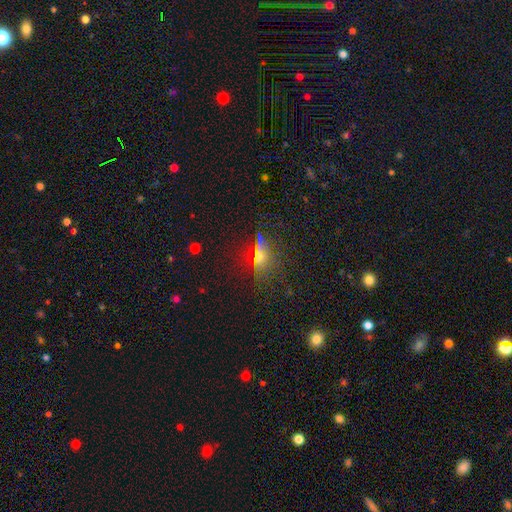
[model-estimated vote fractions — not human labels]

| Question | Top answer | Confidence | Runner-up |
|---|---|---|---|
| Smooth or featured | featured or disk | 35% | tied: smooth (35%) |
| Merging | none | 79% | minor disturbance (12%) |